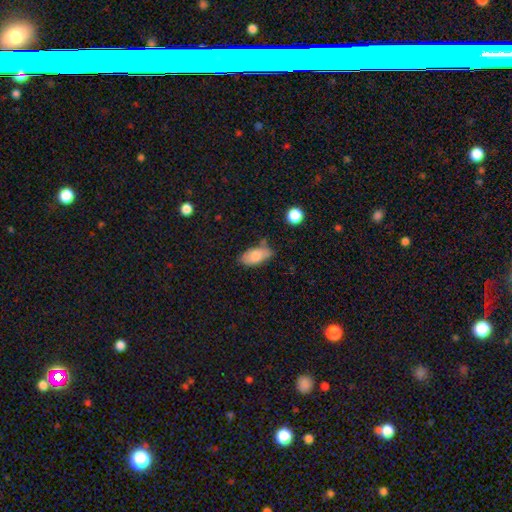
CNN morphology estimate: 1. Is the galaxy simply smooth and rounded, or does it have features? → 78% smooth, 14% featured or disk, 8% star or artifact.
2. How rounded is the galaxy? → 91% in between, 5% cigar-shaped, 4% round.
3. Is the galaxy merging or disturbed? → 56% none, 30% minor disturbance, 7% major disturbance, 7% merger.